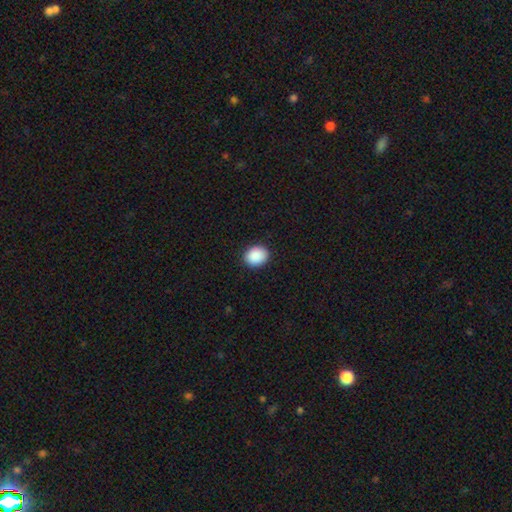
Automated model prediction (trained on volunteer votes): Q: Smooth or featured?
A: smooth (90%); runner-up: star or artifact (7%)
Q: How rounded?
A: round (57%); runner-up: in between (42%)
Q: Merging?
A: none (90%); runner-up: minor disturbance (7%)